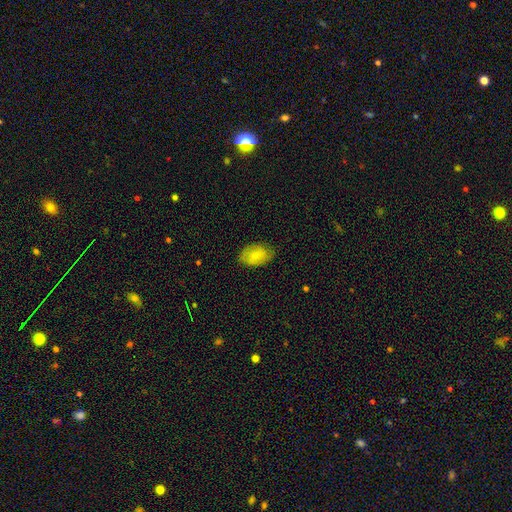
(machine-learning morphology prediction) Smooth or featured: smooth — 71% (featured or disk — 22%)
How rounded: in between — 89% (round — 10%)
Merging: none — 78% (minor disturbance — 18%)